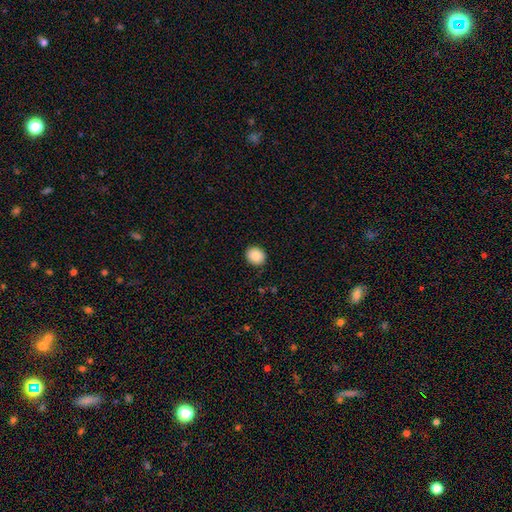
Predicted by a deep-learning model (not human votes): A smooth galaxy with no disk features (88%) that is round (72%). Merging: none (90%).